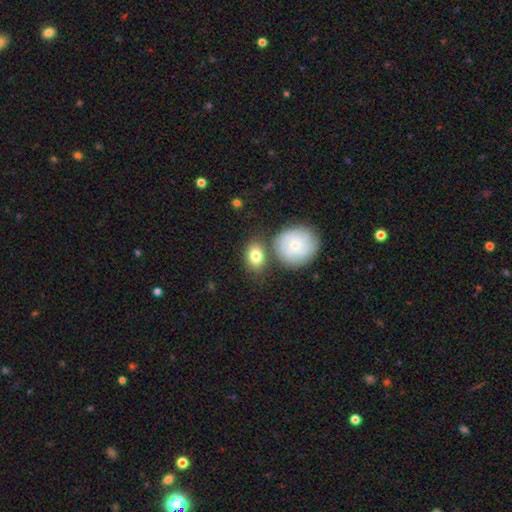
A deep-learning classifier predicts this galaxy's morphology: Smooth or featured?
  - smooth: 72% *
  - featured or disk: 21%
  - star or artifact: 7%
How rounded?
  - in between: 62% *
  - round: 37%
  - cigar-shaped: 2%
Merging?
  - none: 68% *
  - merger: 14%
  - minor disturbance: 14%
  - major disturbance: 4%